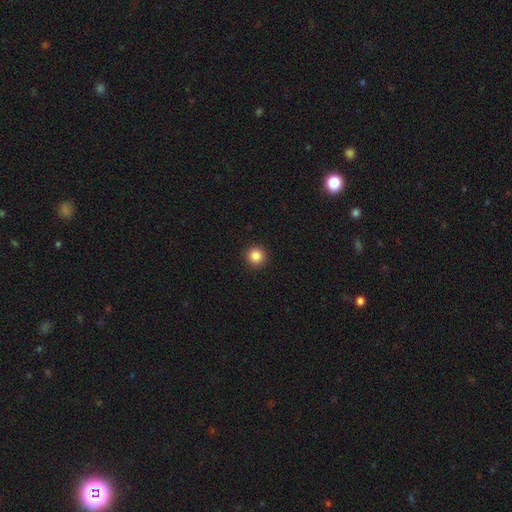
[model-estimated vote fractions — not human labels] Q: Smooth or featured?
A: smooth (86%); runner-up: star or artifact (11%)
Q: How rounded?
A: round (96%); runner-up: in between (4%)
Q: Merging?
A: none (93%); runner-up: minor disturbance (4%)